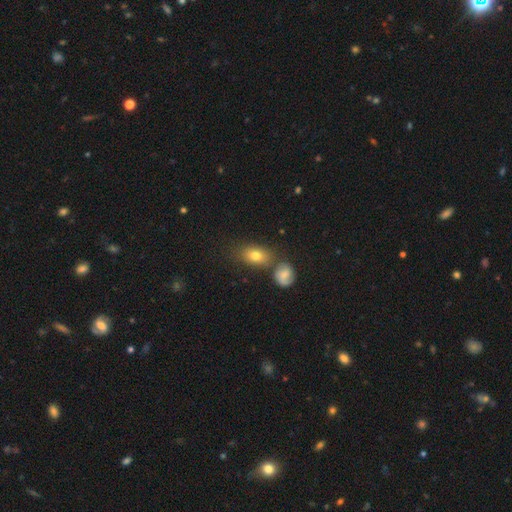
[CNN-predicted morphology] Overall: smooth (75%). How rounded: in between (80%). Merging: none (63%).